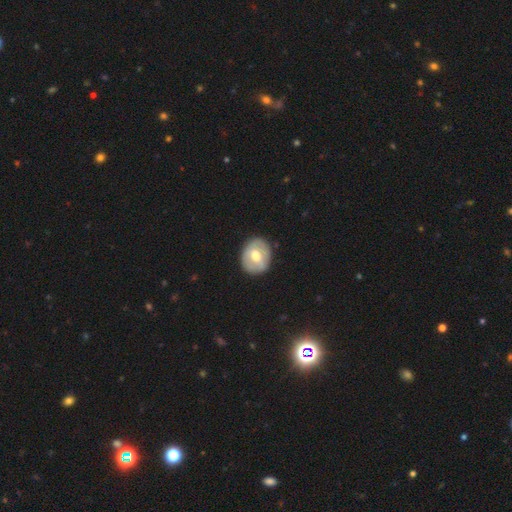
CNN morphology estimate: smooth-or-featured: smooth: 48% | featured or disk: 47% | star or artifact: 5%
  merging: none: 84% | minor disturbance: 12% | major disturbance: 3% | merger: 1%